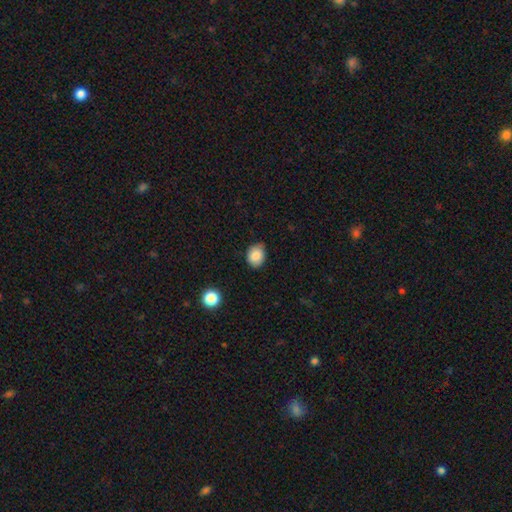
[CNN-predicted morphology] Smooth or featured? Predicted: smooth (p=0.85). How rounded? Predicted: in between (p=0.53). Merging? Predicted: none (p=0.75).